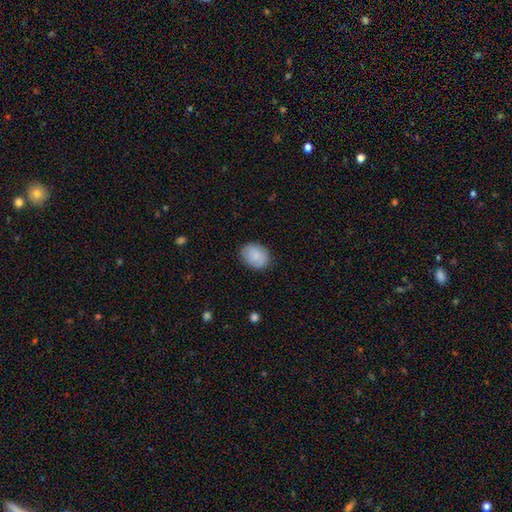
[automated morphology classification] Smooth or featured? smooth (84%)
How rounded? in between (51%)
Merging? none (83%)